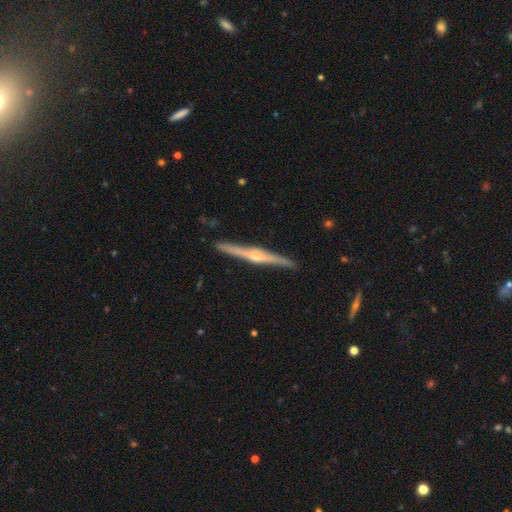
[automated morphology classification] A featured or disk galaxy (82%) viewed edge-on (98%) with a rounded central bulge (82%). Merging: none (91%).